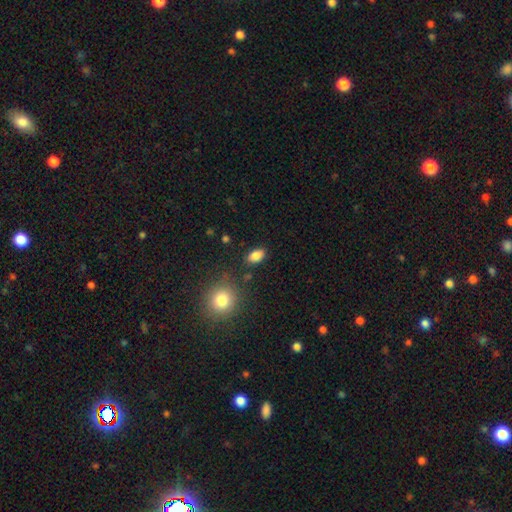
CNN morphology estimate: Overall: smooth (85%). How rounded: in between (89%). Merging: none (84%).